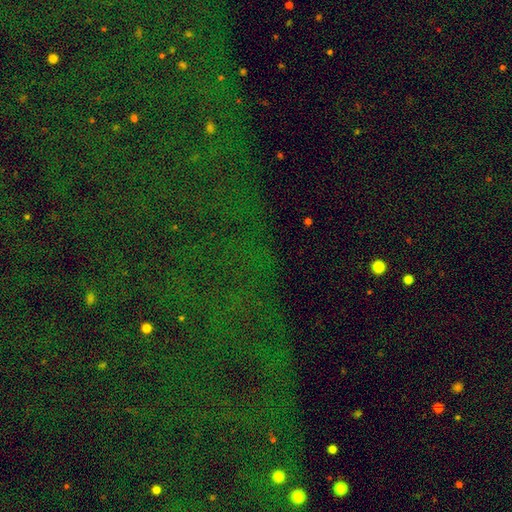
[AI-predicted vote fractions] Smooth or featured: star or artifact — 83% (smooth — 9%)